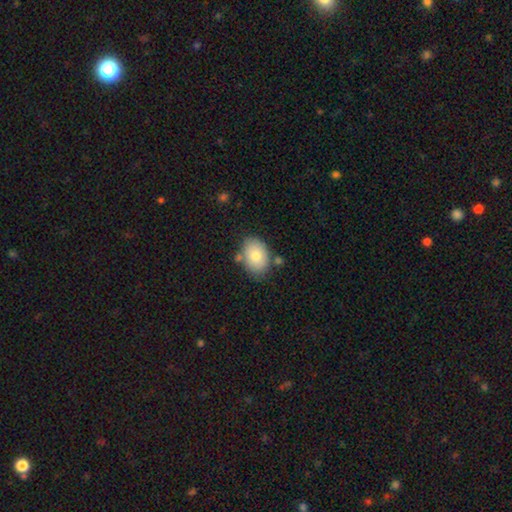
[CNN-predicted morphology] smooth 78%, featured or disk 15%, star or artifact 7%. Down the decision tree: how rounded — in between (80%); merging — none (75%).